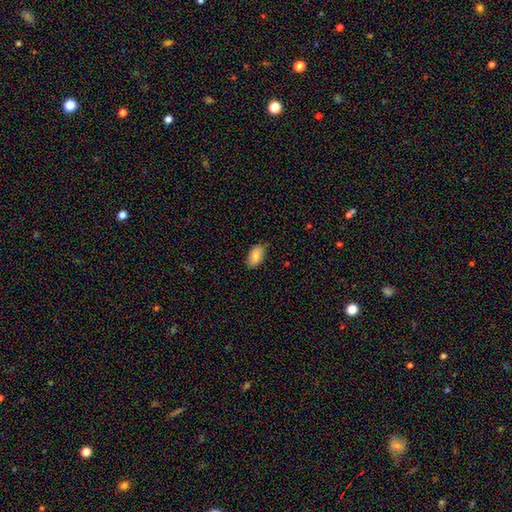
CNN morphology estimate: This appears to be a smooth galaxy with no disk features (84%) that is in between round and cigar-shaped (94%). Merging: none (75%).